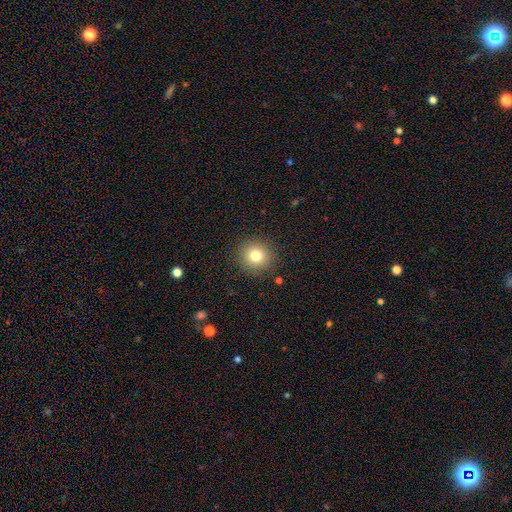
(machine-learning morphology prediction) Smooth or featured? Predicted: smooth (p=0.79). How rounded? Predicted: round (p=0.92). Merging? Predicted: none (p=0.89).